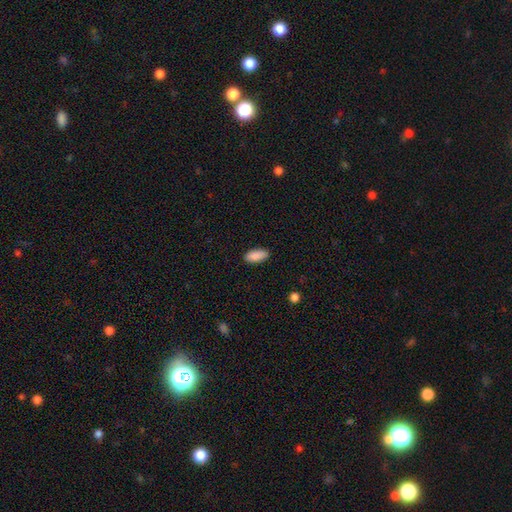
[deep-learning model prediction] This appears to be a smooth galaxy with no disk features (90%) that is in between round and cigar-shaped (86%). Merging: none (87%).